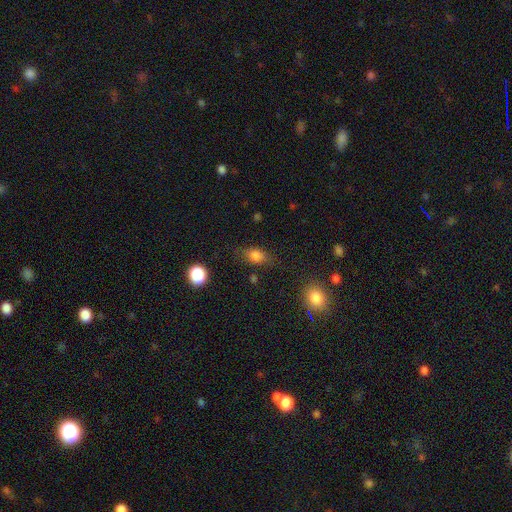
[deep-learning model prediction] A smooth galaxy with no disk features (77%) that is in between round and cigar-shaped (75%). Merging: none (71%).